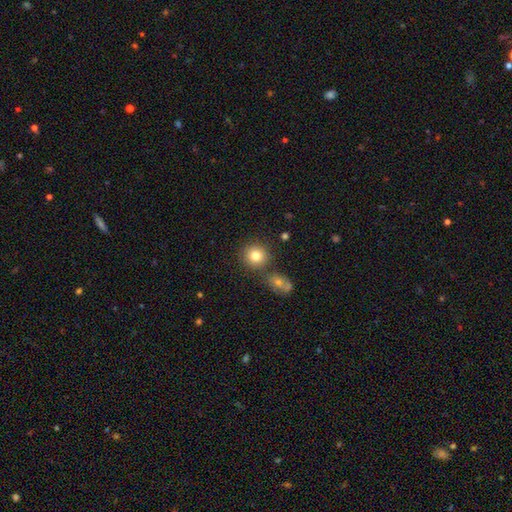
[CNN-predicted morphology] smooth-or-featured: smooth: 80% | star or artifact: 11% | featured or disk: 8%
  how-rounded: round: 89% | in between: 11% | cigar-shaped: 1%
  merging: none: 76% | merger: 12% | minor disturbance: 8% | major disturbance: 3%